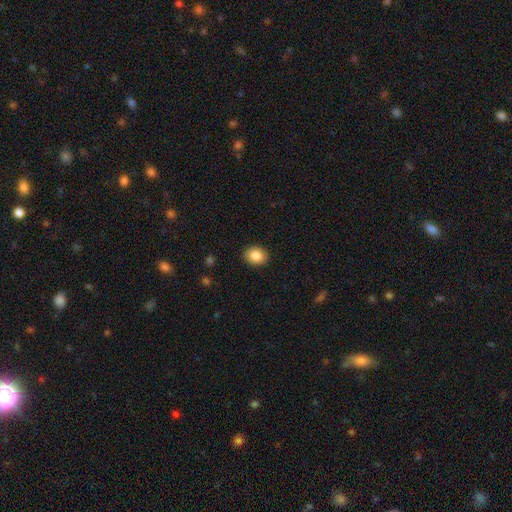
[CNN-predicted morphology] Overall: smooth (85%). How rounded: round (51%; in between 48%). Merging: none (89%).